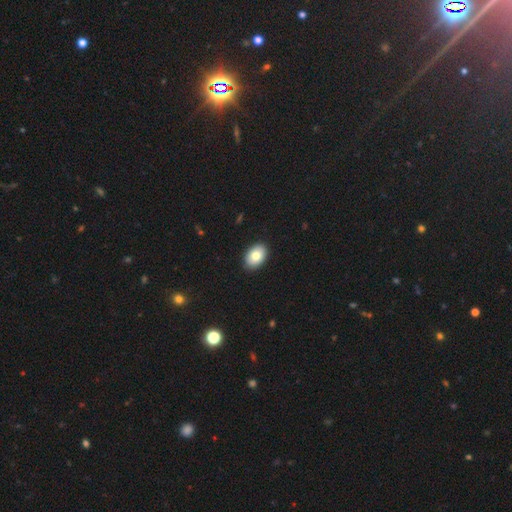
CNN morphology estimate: A smooth galaxy with no disk features (81%) that is in between round and cigar-shaped (86%). Merging: none (90%).